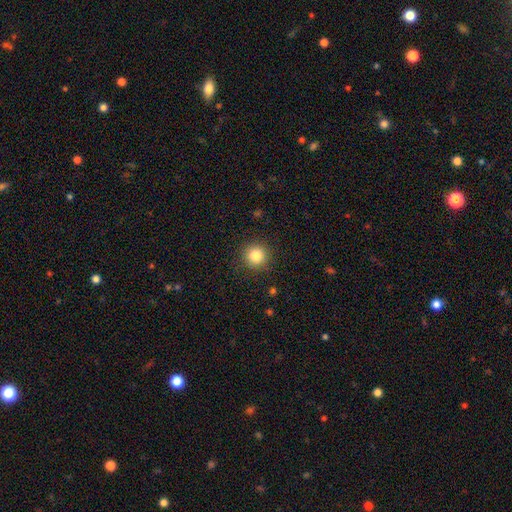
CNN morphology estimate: The model was most divided on "smooth or featured": smooth: 83%, star or artifact: 11%, featured or disk: 6%. More confident: how rounded — round (95%); merging — none (91%).